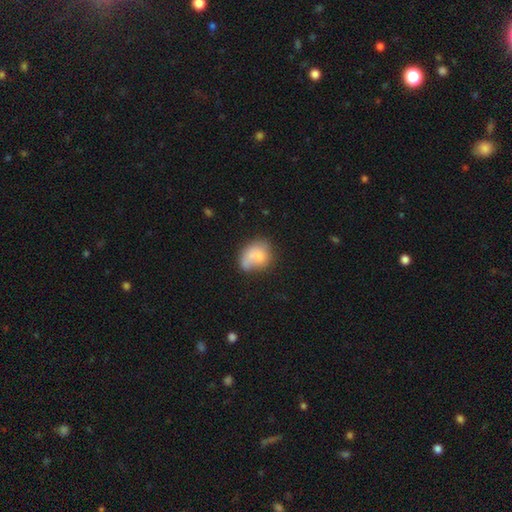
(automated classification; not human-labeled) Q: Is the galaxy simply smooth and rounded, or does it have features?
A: smooth — 68%.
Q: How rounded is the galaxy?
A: in between — 54%.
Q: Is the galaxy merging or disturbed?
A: none — 33%.